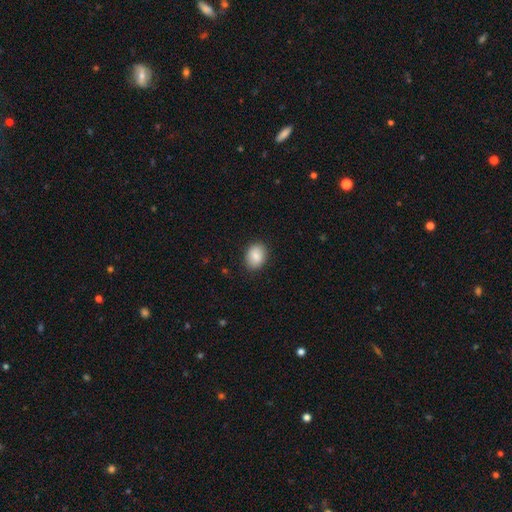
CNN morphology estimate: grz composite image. It shows a smooth galaxy with no disk features (85%) that is in between round and cigar-shaped (63%). Merging: none (85%).